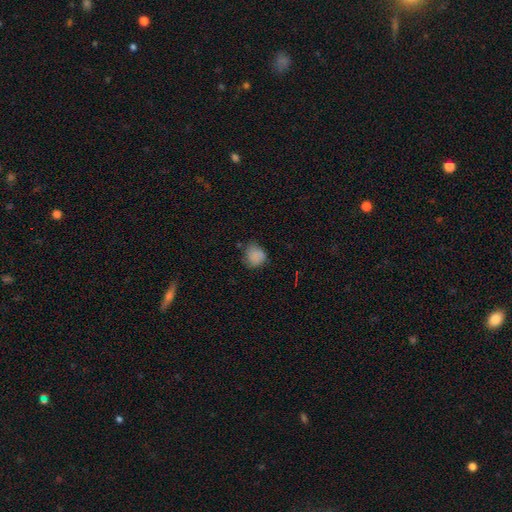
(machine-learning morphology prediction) This appears to be a smooth galaxy with no disk features (83%) that is round (76%). Merging: none (60%).